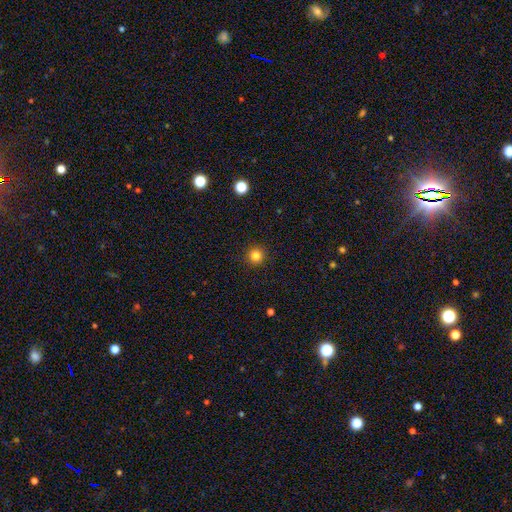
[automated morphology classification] smooth 83%, star or artifact 13%, featured or disk 5%. Down the decision tree: how rounded — round (95%); merging — none (93%).